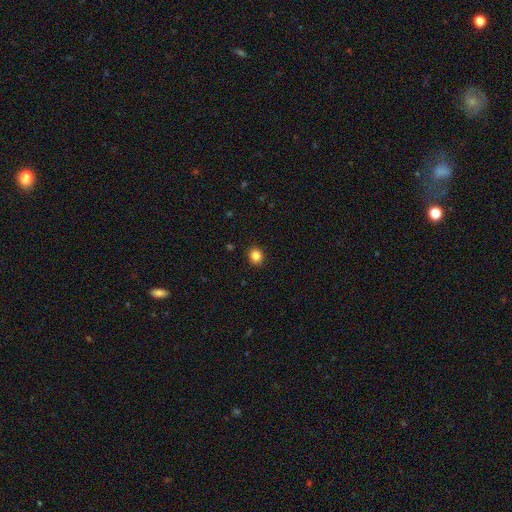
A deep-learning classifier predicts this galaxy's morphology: Smooth or featured? smooth (85%)
How rounded? round (78%)
Merging? none (91%)